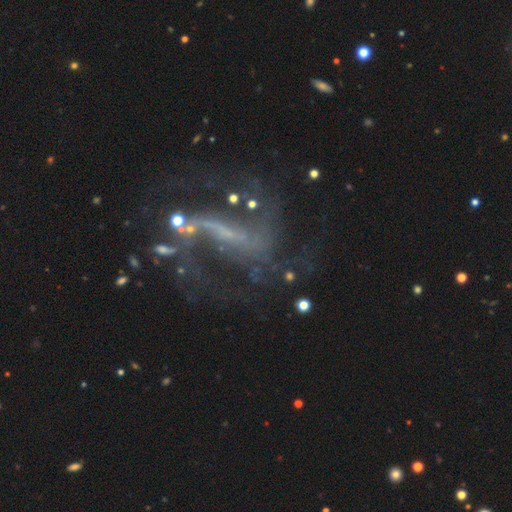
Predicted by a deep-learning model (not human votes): Overall: featured or disk (78%). Edge-on disk: no (93%). Bar: strong (51%; weak 30%). Spiral arms: yes (80%). Spiral arm count: 2 (67%). Spiral winding: loose (59%; medium 30%). Bulge size: none (53%; small 35%). Merging: none (47%; major disturbance 29%).